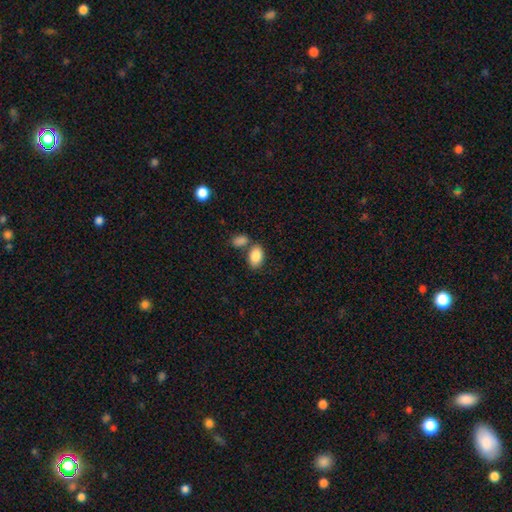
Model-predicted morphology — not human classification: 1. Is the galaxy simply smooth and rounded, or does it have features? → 87% smooth, 7% star or artifact, 6% featured or disk.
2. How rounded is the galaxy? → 89% in between, 9% round, 1% cigar-shaped.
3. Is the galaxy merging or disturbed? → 59% none, 26% merger, 12% minor disturbance, 4% major disturbance.